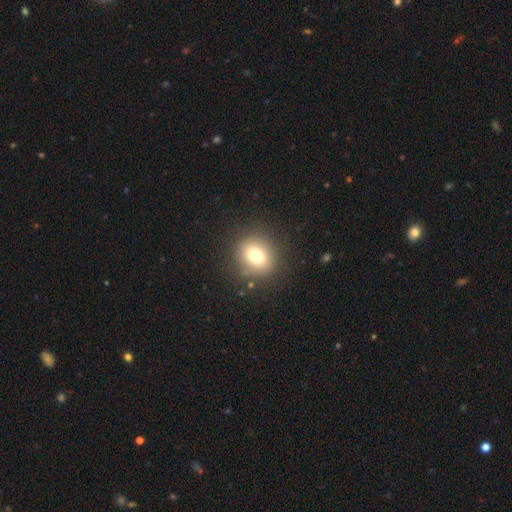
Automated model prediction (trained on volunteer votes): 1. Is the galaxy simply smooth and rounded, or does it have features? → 74% smooth, 14% star or artifact, 12% featured or disk.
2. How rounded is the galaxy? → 79% round, 20% in between, 1% cigar-shaped.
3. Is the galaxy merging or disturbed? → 87% none, 8% minor disturbance, 4% major disturbance, 1% merger.